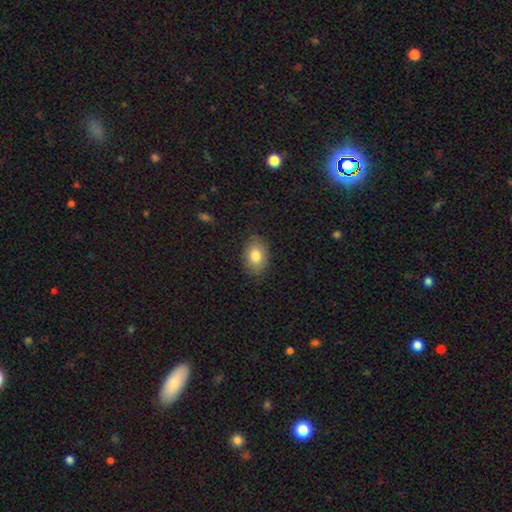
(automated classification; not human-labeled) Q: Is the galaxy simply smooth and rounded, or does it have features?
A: smooth — 81%.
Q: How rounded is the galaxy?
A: in between — 80%.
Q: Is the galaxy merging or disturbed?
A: none — 85%.